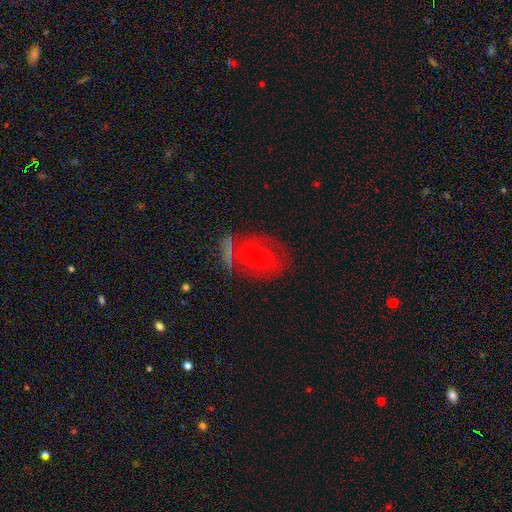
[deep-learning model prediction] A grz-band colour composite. It shows a smooth galaxy with no disk features (44%, tied with featured or disk). Merging: none (58%).